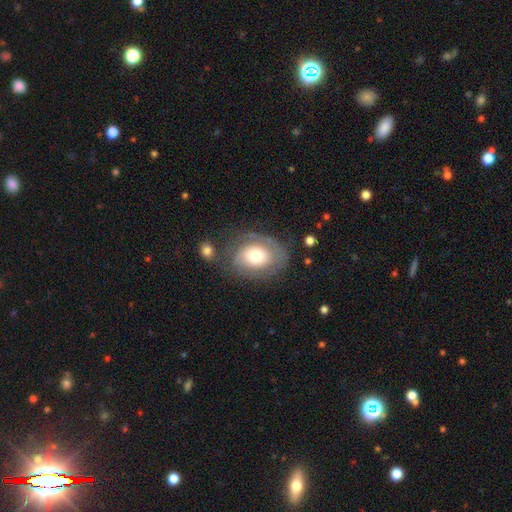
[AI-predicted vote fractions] A smooth galaxy with no disk features (53%) that is in between round and cigar-shaped (63%). Merging: none (62%).